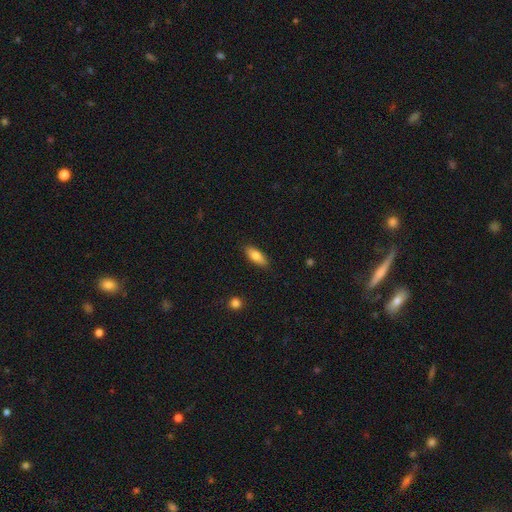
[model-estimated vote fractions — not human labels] Smooth or featured? smooth (78%)
How rounded? in between (74%)
Merging? none (86%)